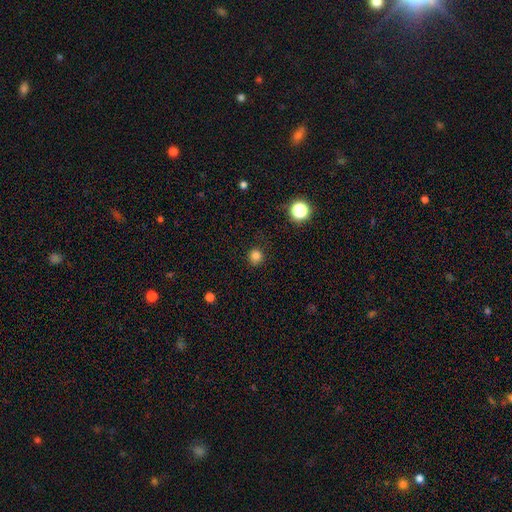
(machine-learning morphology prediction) Overall: smooth (81%). How rounded: round (92%). Merging: none (87%).